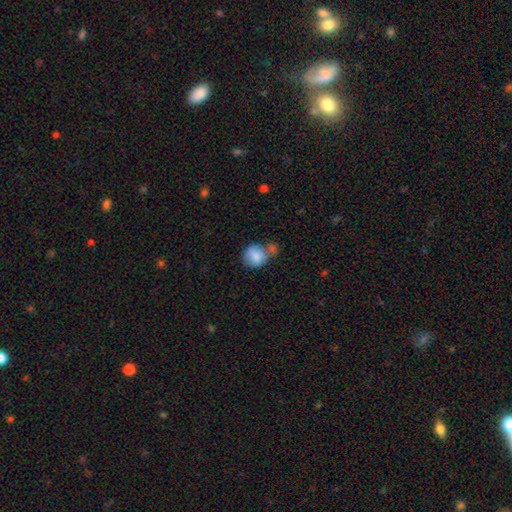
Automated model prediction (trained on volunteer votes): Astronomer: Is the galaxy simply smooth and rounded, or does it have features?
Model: smooth — 83%.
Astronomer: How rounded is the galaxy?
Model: round — 71%.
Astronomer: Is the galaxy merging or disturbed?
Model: merger — 40% (runner-up: none, 34%).